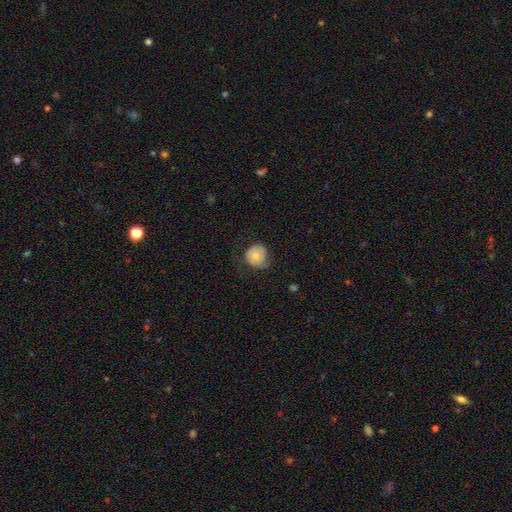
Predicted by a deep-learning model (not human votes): This appears to be a smooth galaxy with no disk features (66%) that is round (86%). Merging: none (58%).